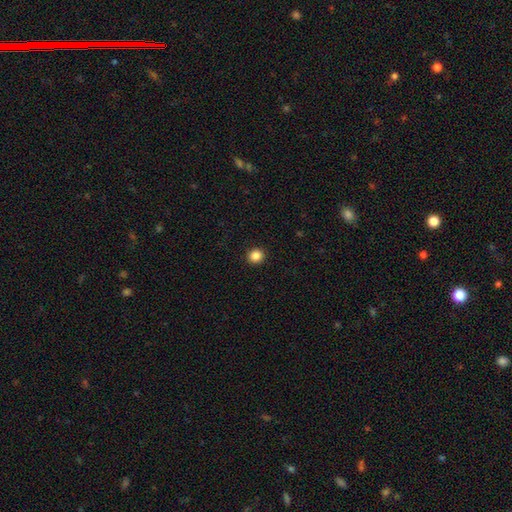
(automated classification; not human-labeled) smooth 86%, star or artifact 10%, featured or disk 3%. Down the decision tree: how rounded — round (90%); merging — none (93%).